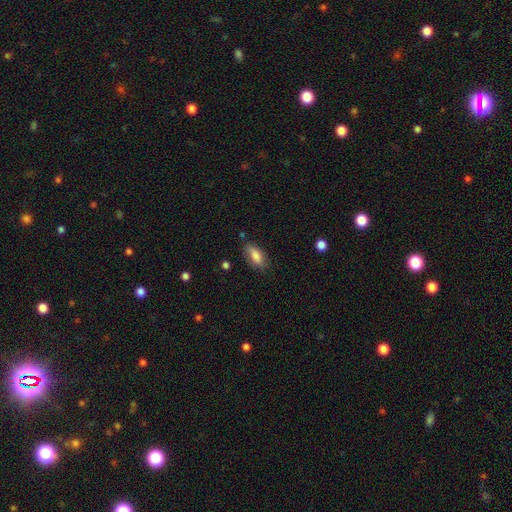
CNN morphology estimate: This is clearly a smooth galaxy (81%). How rounded: clearly in between (84%). Merging: likely none (76%).